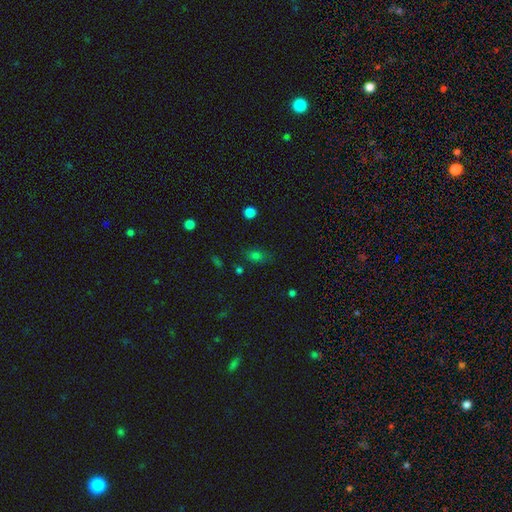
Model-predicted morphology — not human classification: smooth 75%, star or artifact 18%, featured or disk 8%. Down the decision tree: how rounded — in between (75%); merging — none (75%).